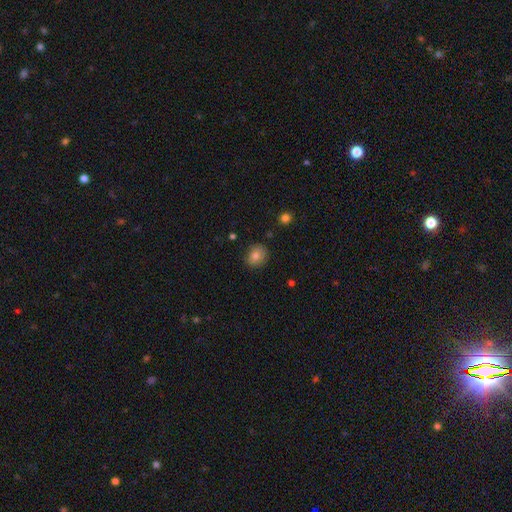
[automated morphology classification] type=smooth (78%); roundness=round (71%); merging=none (84%).